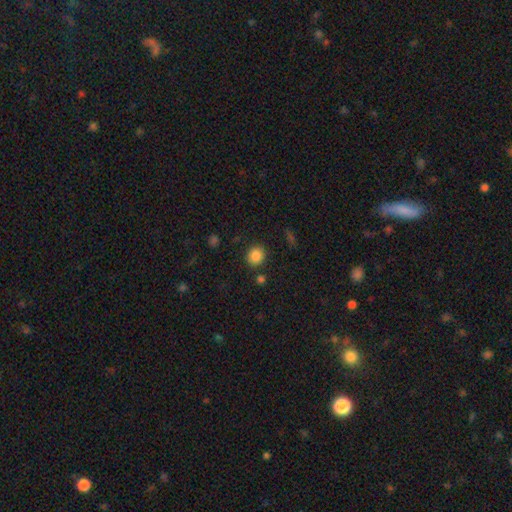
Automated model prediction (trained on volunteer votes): Smooth or featured? Predicted: smooth (p=0.86). How rounded? Predicted: round (p=0.81). Merging? Predicted: none (p=0.85).